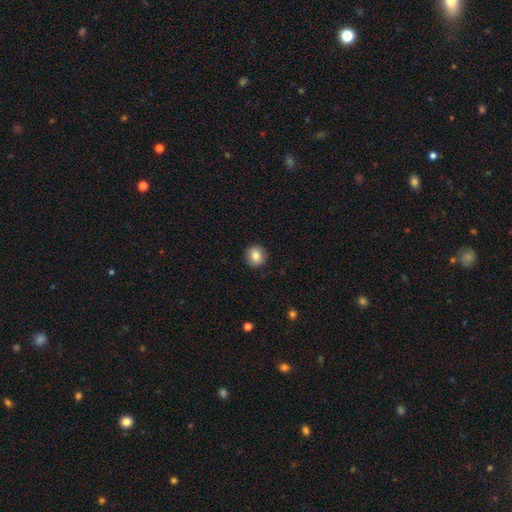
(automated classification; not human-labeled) Q: Smooth or featured?
A: smooth (82%); runner-up: featured or disk (9%)
Q: How rounded?
A: round (91%); runner-up: in between (8%)
Q: Merging?
A: none (91%); runner-up: minor disturbance (6%)